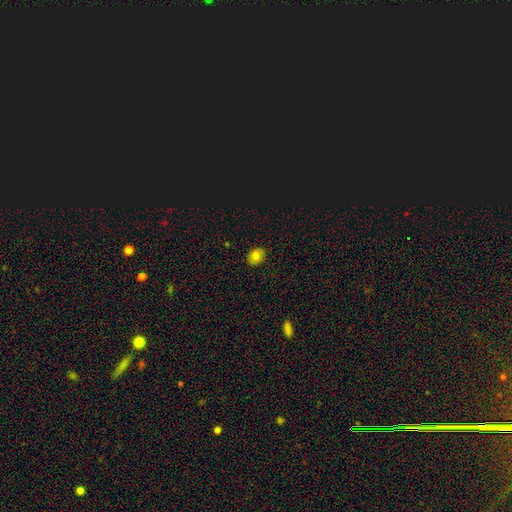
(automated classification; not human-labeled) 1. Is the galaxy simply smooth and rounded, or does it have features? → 79% smooth, 11% star or artifact, 10% featured or disk.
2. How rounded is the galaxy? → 56% in between, 43% round, 1% cigar-shaped.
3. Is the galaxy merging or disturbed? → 87% none, 10% minor disturbance, 2% major disturbance, 1% merger.